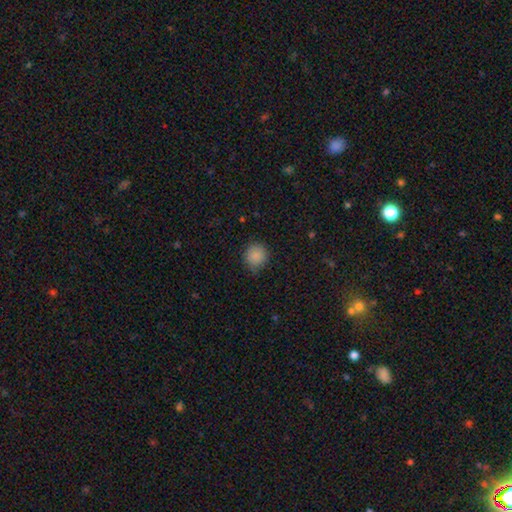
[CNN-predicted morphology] type=smooth (87%); roundness=round (89%); merging=none (81%).